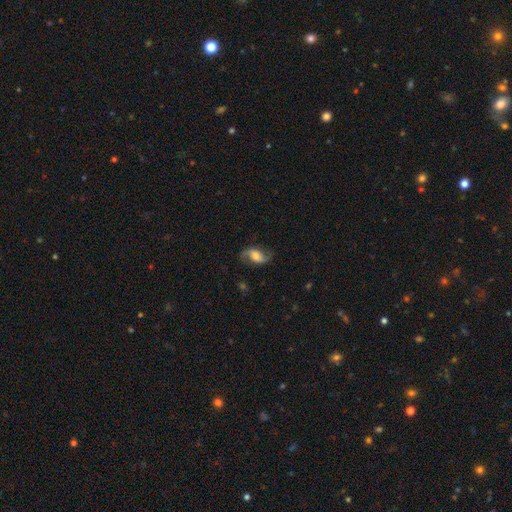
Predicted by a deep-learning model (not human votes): Smooth or featured: featured or disk — 73% (smooth — 19%)
Edge-on disk: no — 96% (yes — 4%)
Bar: no — 43% (weak — 40%)
Spiral arms: yes — 94% (no — 6%)
Spiral winding: loose — 68% (medium — 25%)
Spiral arm count: 2 — 91% (1 — 3%)
Bulge size: moderate — 46% (small — 25%)
Merging: none — 76% (minor disturbance — 15%)